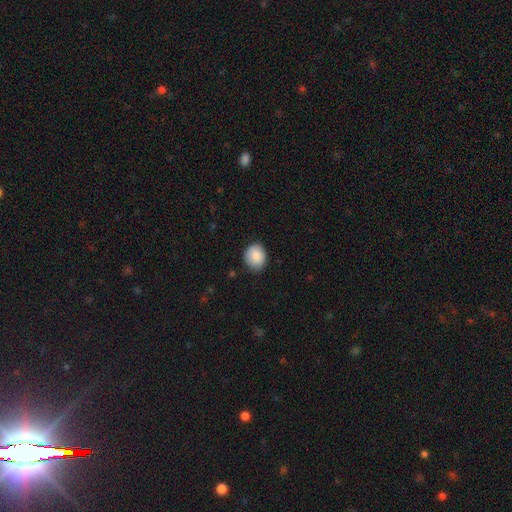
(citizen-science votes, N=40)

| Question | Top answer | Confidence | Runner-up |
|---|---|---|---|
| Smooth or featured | smooth | 92% | star or artifact (8%) |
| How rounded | round | 54% | in between (46%) |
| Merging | none | 65% | minor disturbance (30%) |